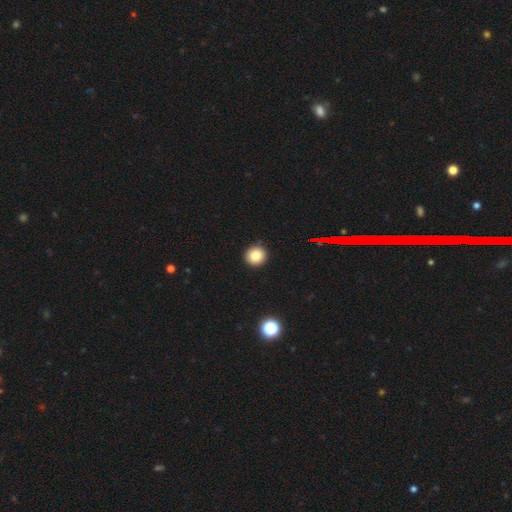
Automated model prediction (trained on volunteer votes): A smooth galaxy with no disk features (83%) that is round (92%). Merging: none (92%).